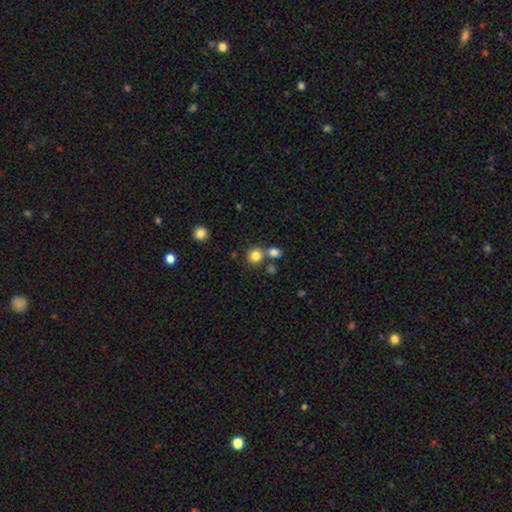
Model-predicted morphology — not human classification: The model was most divided on "merging": none: 62%, merger: 26%, minor disturbance: 8%, major disturbance: 3%. More confident: how rounded — round (85%); smooth or featured — smooth (81%).